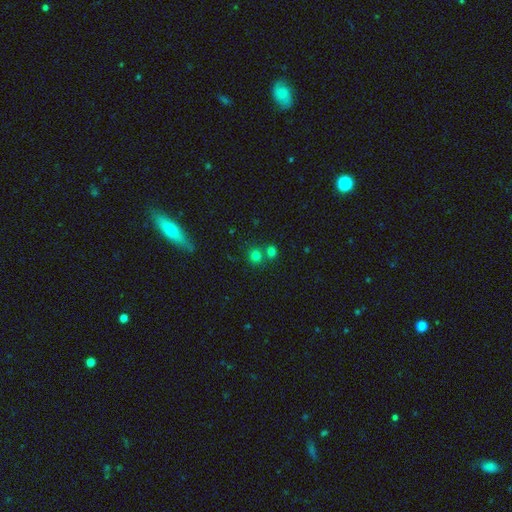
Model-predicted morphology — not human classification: Smooth or featured? Predicted: smooth (p=0.74). How rounded? Predicted: round (p=0.88). Merging? Predicted: none (p=0.61).